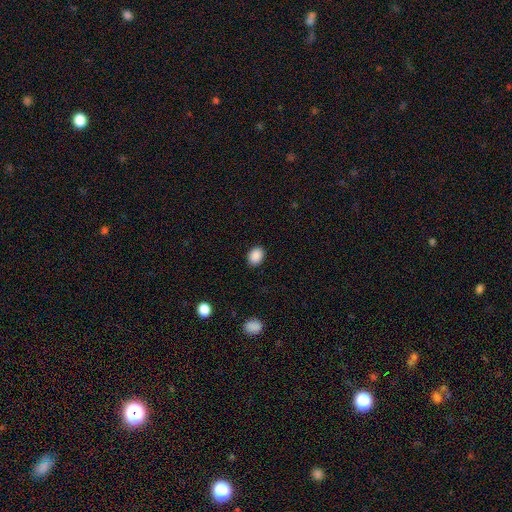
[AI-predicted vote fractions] This is clearly a smooth galaxy (89%). How rounded: likely in between (63%). Merging: clearly none (89%).